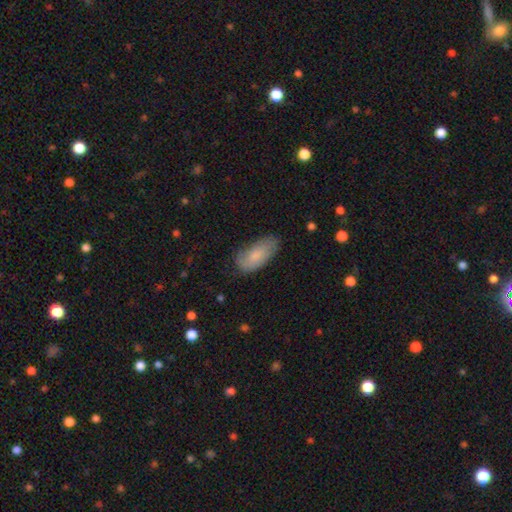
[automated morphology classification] Q: Smooth or featured?
A: smooth (78%); runner-up: featured or disk (16%)
Q: How rounded?
A: in between (89%); runner-up: cigar-shaped (9%)
Q: Merging?
A: none (68%); runner-up: minor disturbance (25%)